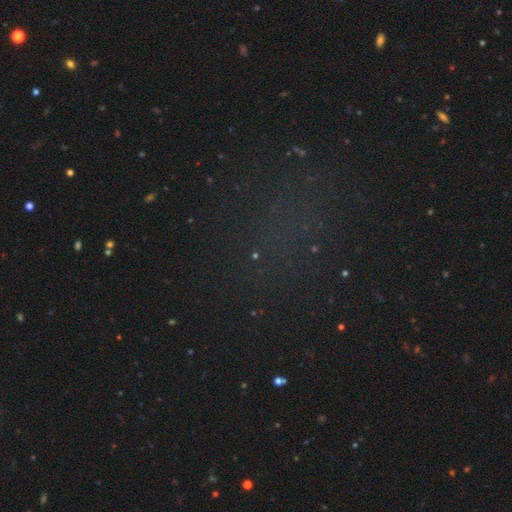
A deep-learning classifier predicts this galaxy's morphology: Overall: star or artifact (75%).